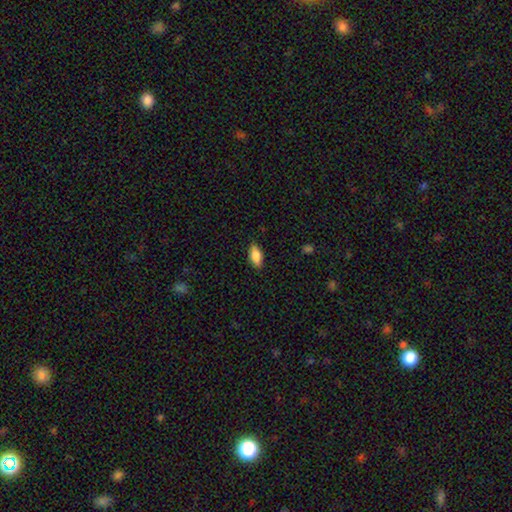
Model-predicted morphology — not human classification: A smooth galaxy with no disk features (80%) that is in between round and cigar-shaped (85%). Merging: none (84%).